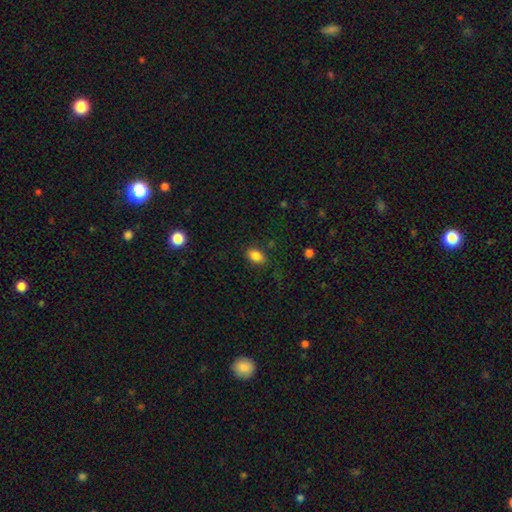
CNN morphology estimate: Smooth or featured? Predicted: smooth (p=0.84). How rounded? Predicted: in between (p=0.84). Merging? Predicted: none (p=0.82).